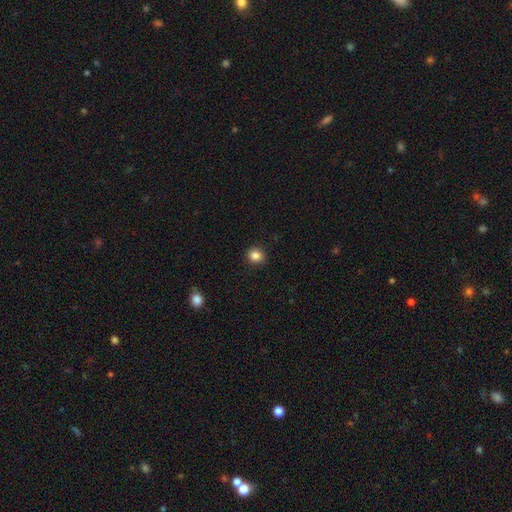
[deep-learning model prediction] A smooth galaxy with no disk features (85%) that is round (87%). Merging: none (91%).